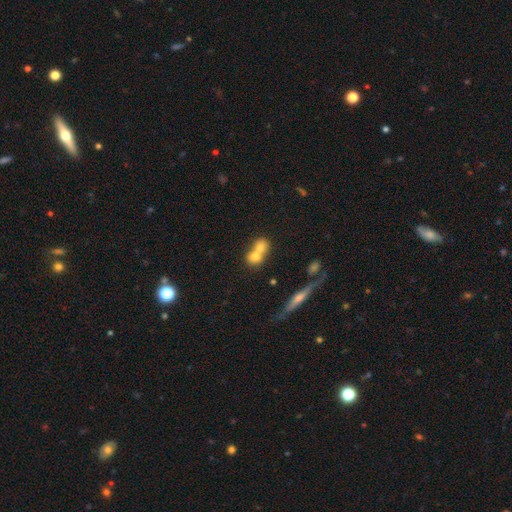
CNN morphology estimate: smooth-or-featured: smooth: 70% | featured or disk: 19% | star or artifact: 10%
  how-rounded: round: 57% | in between: 39% | cigar-shaped: 4%
  merging: merger: 64% | none: 27% | minor disturbance: 6% | major disturbance: 3%